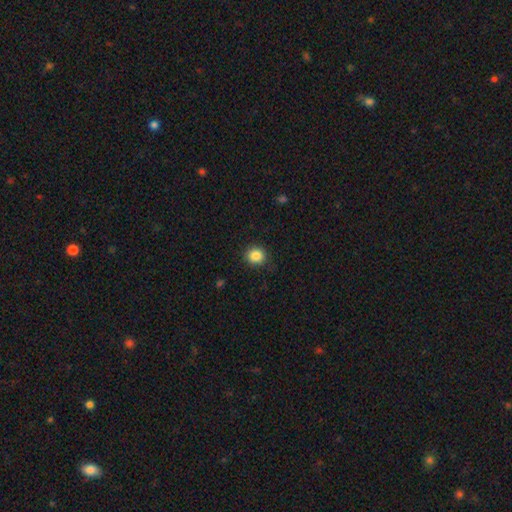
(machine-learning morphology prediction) smooth-or-featured: smooth: 86% | star or artifact: 10% | featured or disk: 4%
  how-rounded: round: 83% | in between: 16% | cigar-shaped: 1%
  merging: none: 88% | minor disturbance: 8% | major disturbance: 2% | merger: 1%